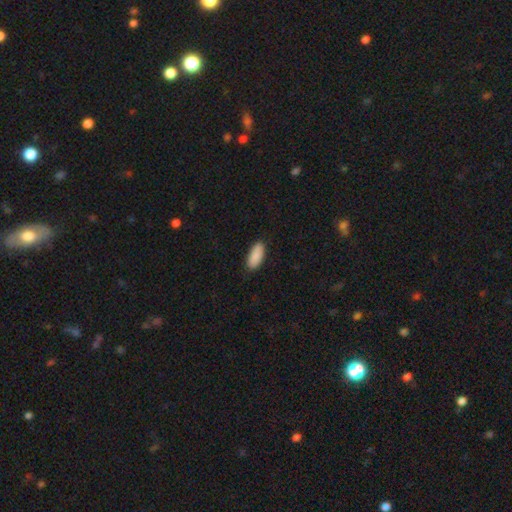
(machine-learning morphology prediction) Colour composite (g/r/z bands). It shows a smooth galaxy with no disk features (89%) that is in between round and cigar-shaped (85%). Merging: none (87%).